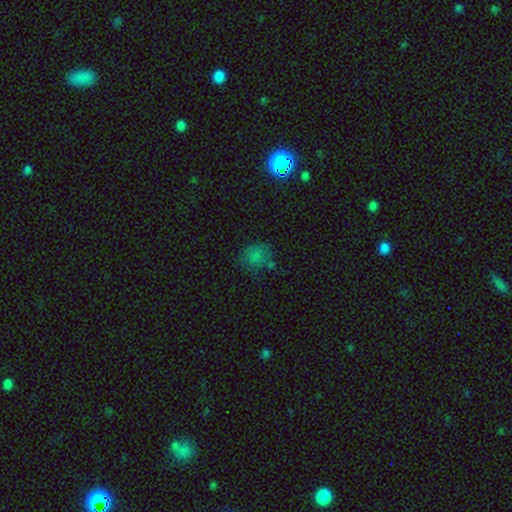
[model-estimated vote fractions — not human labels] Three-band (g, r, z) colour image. It shows a smooth galaxy with no disk features (71%) that is round (73%). Merging: none (55%).